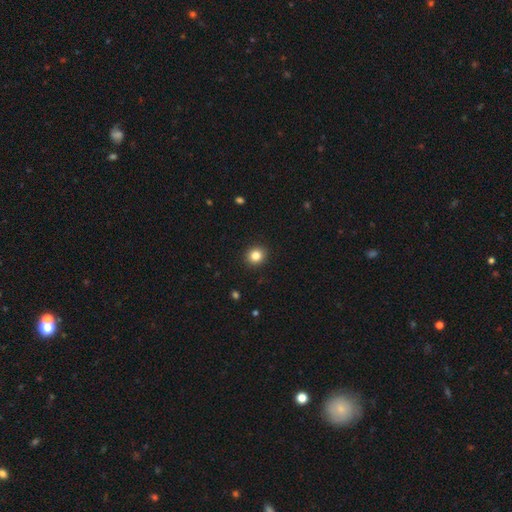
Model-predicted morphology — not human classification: smooth_or_featured: smooth (p=0.83) [alt: star or artifact p=0.11]
how_rounded: round (p=0.87) [alt: in between p=0.12]
merging: none (p=0.92) [alt: minor disturbance p=0.05]